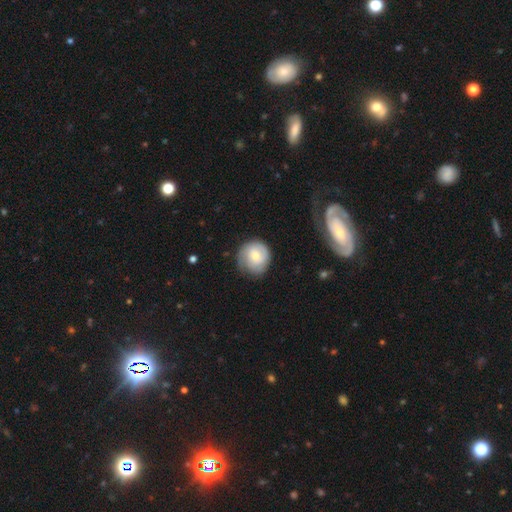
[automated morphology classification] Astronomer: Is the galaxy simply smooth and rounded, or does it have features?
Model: smooth — 51% (runner-up: featured or disk, 42%).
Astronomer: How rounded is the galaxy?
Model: round — 89%.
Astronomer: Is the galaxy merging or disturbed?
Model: none — 71%.